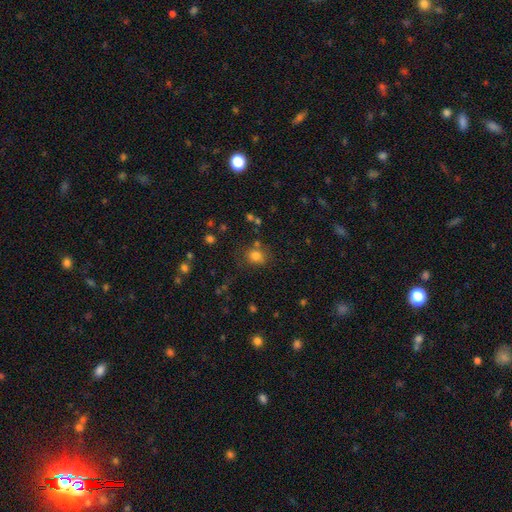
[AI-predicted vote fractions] This is likely a smooth galaxy (77%). How rounded: likely round (70%). Merging: likely none (66%).